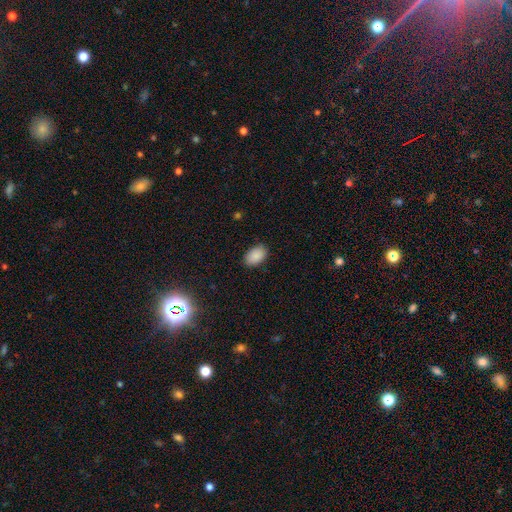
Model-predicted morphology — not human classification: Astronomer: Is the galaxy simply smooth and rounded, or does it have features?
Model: smooth — 89%.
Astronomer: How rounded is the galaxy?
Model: in between — 90%.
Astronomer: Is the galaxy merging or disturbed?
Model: none — 87%.